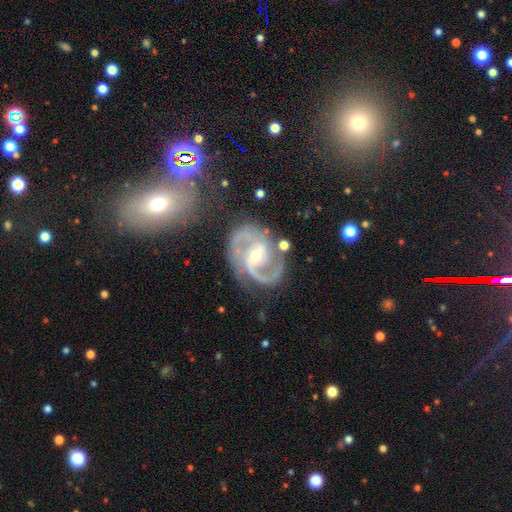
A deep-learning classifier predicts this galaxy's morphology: smooth_or_featured: featured or disk (p=0.91) [alt: star or artifact p=0.06]
disk_edge_on: no (p=0.98) [alt: yes p=0.02]
bar: weak (p=0.37) [tied with: no p=0.37]
has_spiral_arms: yes (p=0.98) [alt: no p=0.02]
spiral_winding: medium (p=0.56) [alt: tight p=0.31]
spiral_arm_count: 2 (p=0.84) [alt: 3 p=0.07]
bulge_size: small (p=0.50) [alt: moderate p=0.47]
merging: none (p=0.71) [alt: minor disturbance p=0.17]